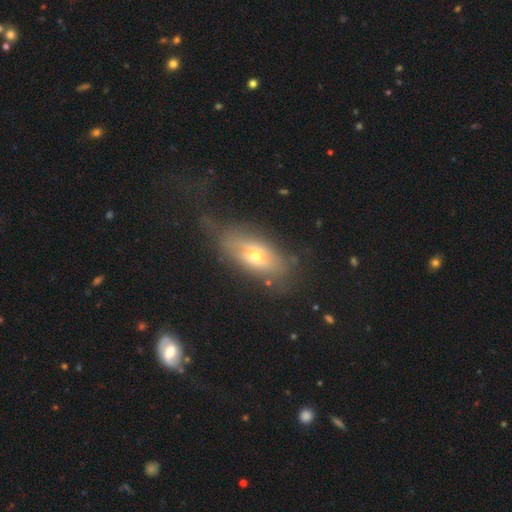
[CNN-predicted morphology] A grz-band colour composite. It shows a smooth galaxy with no disk features (50%). Merging: none (46%).